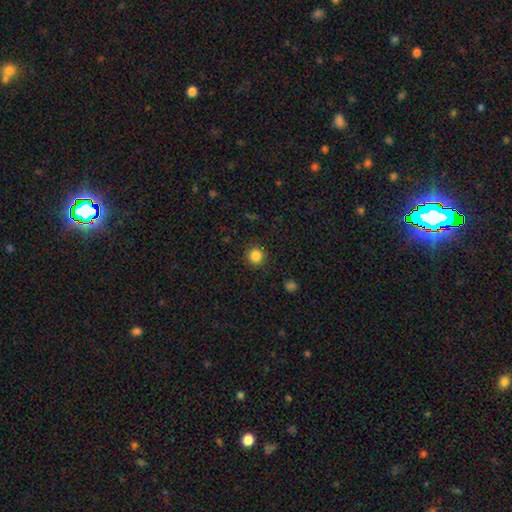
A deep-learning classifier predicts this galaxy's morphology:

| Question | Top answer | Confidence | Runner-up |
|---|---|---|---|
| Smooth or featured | smooth | 84% | star or artifact (12%) |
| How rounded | round | 94% | in between (5%) |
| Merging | none | 91% | minor disturbance (6%) |